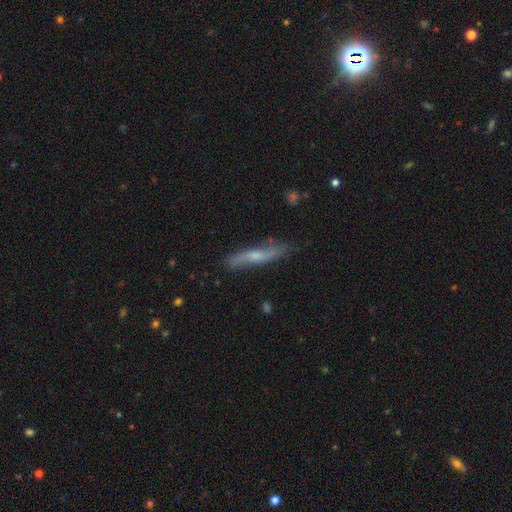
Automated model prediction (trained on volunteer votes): A featured or disk galaxy (56%) viewed edge-on (60%). Merging: none (77%).